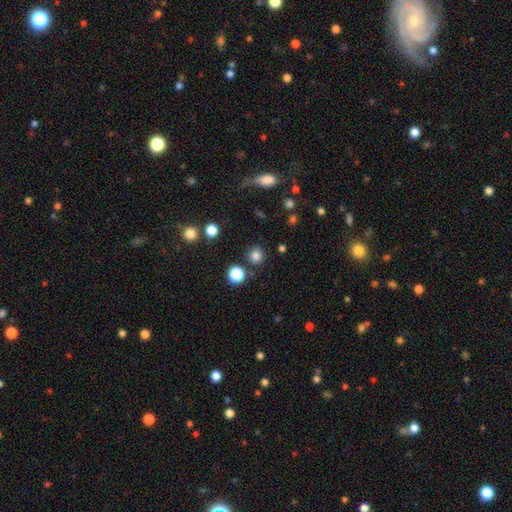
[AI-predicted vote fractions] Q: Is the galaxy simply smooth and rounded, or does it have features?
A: smooth — 81%.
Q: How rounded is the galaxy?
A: round — 91%.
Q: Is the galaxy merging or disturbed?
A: none — 86%.